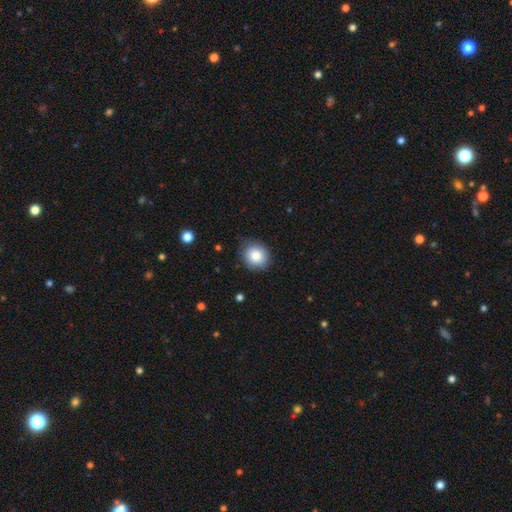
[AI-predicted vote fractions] Q: Smooth or featured?
A: smooth (83%); runner-up: star or artifact (8%)
Q: How rounded?
A: round (81%); runner-up: in between (18%)
Q: Merging?
A: none (81%); runner-up: minor disturbance (15%)